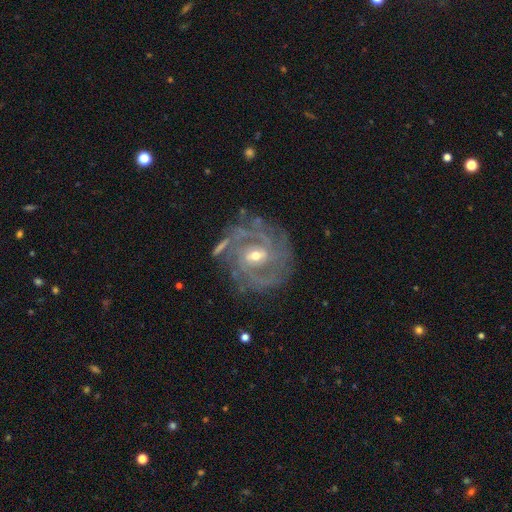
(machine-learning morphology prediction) Smooth or featured? Predicted: featured or disk (p=0.89). Edge-on disk? Predicted: no (p=0.97). Bar? Predicted: weak (p=0.50). Spiral arms? Predicted: yes (p=0.97). Spiral winding? Predicted: tight (p=0.61). Spiral arm count? Predicted: 3 (p=0.26, tied with 2). Bulge size? Predicted: small (p=0.50). Merging? Predicted: none (p=0.71).